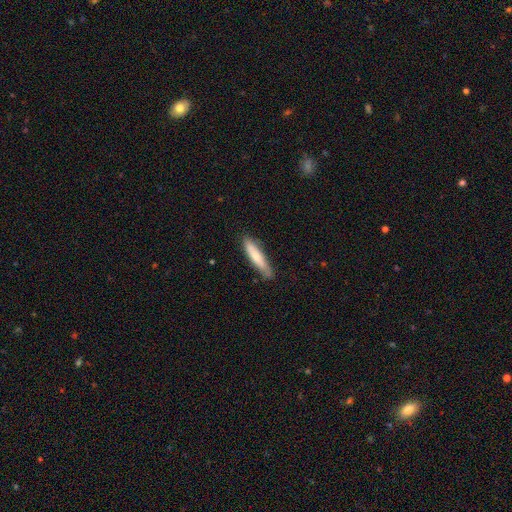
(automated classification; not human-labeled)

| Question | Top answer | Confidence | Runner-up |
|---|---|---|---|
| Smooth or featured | smooth | 72% | featured or disk (23%) |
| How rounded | cigar-shaped | 84% | in between (15%) |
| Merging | none | 79% | minor disturbance (16%) |